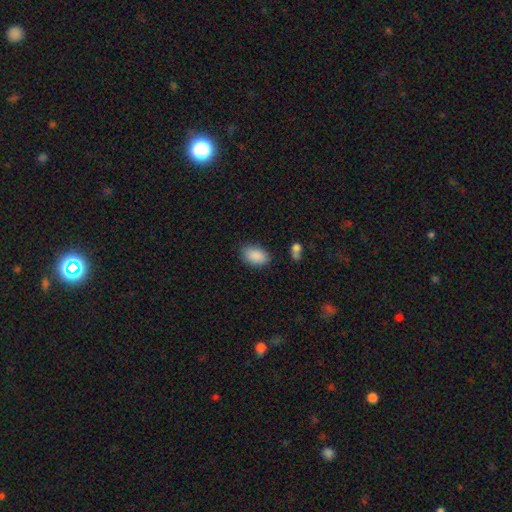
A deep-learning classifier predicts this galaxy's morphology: Smooth or featured: smooth — 89% (star or artifact — 7%)
How rounded: in between — 90% (round — 9%)
Merging: none — 83% (minor disturbance — 12%)